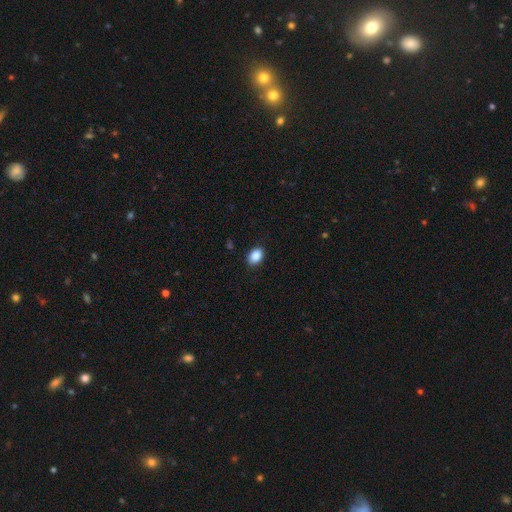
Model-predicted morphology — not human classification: Q: Smooth or featured?
A: smooth (87%); runner-up: star or artifact (8%)
Q: How rounded?
A: in between (80%); runner-up: round (19%)
Q: Merging?
A: none (89%); runner-up: minor disturbance (8%)